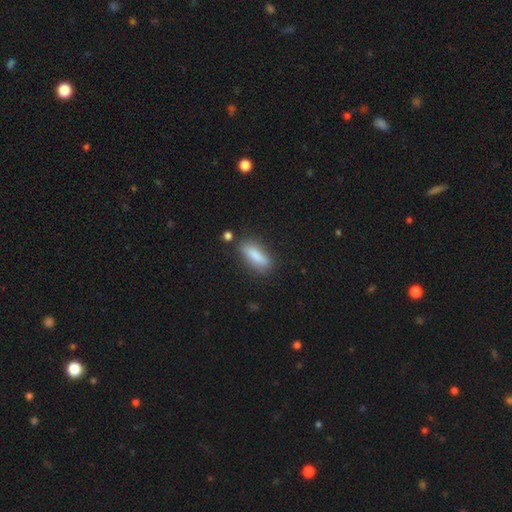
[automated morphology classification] smooth-or-featured: smooth: 82% | featured or disk: 11% | star or artifact: 7%
  how-rounded: in between: 53% | cigar-shaped: 44% | round: 2%
  merging: none: 74% | minor disturbance: 16% | merger: 5% | major disturbance: 5%